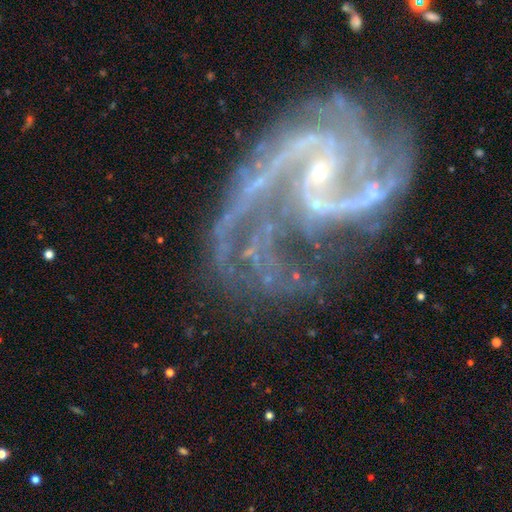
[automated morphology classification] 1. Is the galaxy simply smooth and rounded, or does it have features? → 92% featured or disk, 6% star or artifact, 2% smooth.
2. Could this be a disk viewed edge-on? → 98% no, 2% yes.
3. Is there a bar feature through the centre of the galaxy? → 41% no, 37% weak, 22% strong.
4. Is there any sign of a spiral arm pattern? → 98% yes, 2% no.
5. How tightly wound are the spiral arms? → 55% medium, 27% loose, 18% tight.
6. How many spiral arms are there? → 60% 2, 13% 3, 8% can't tell, 7% 4, 6% 1, 6% more than 4.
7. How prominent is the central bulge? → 86% small, 9% moderate, 3% none, 1% large, 1% dominant.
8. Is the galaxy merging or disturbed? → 45% none, 28% major disturbance, 20% minor disturbance, 7% merger.